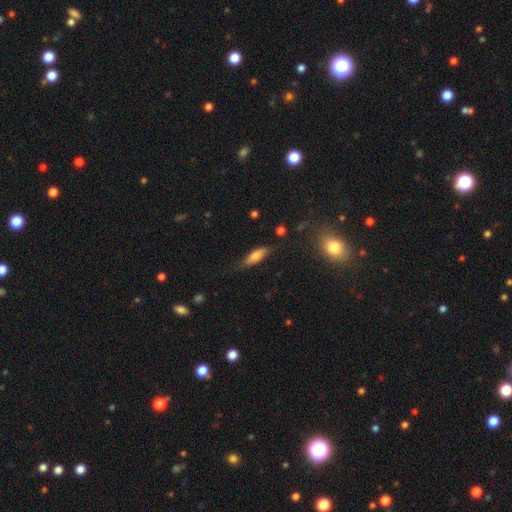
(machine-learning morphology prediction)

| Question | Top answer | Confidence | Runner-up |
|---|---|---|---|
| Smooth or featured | smooth | 62% | featured or disk (31%) |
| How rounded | in between | 53% | cigar-shaped (44%) |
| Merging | none | 71% | minor disturbance (22%) |